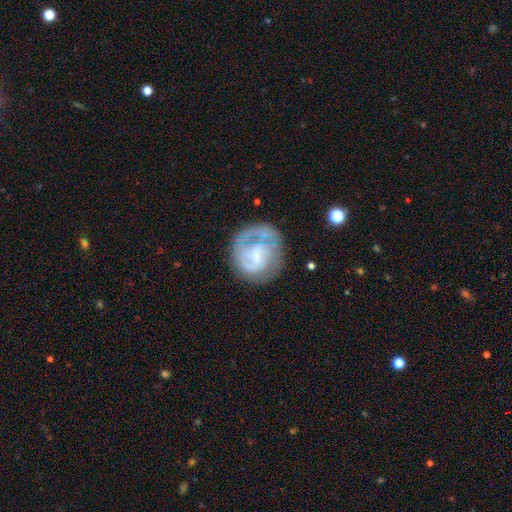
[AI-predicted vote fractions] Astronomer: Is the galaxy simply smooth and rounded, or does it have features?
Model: featured or disk — 63%.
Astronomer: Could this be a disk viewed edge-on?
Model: no — 98%.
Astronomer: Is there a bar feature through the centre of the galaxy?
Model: no — 45% (runner-up: weak, 42%).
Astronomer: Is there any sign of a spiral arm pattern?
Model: yes — 75%.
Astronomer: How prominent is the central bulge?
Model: none — 42% (runner-up: small, 31%).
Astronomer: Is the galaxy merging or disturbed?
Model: none — 55%.